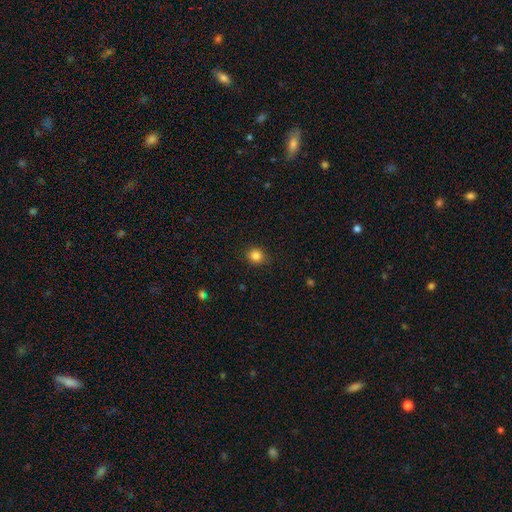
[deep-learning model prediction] Overall: smooth (85%). How rounded: round (82%). Merging: none (88%).